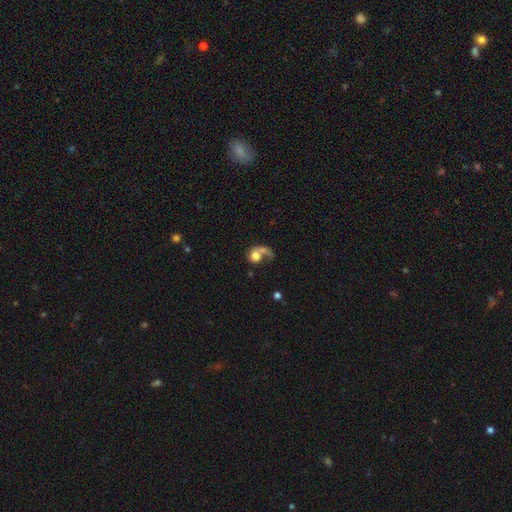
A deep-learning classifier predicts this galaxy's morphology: This appears to be a smooth galaxy with no disk features (51%) that is round (71%). Merging: major disturbance (38%).